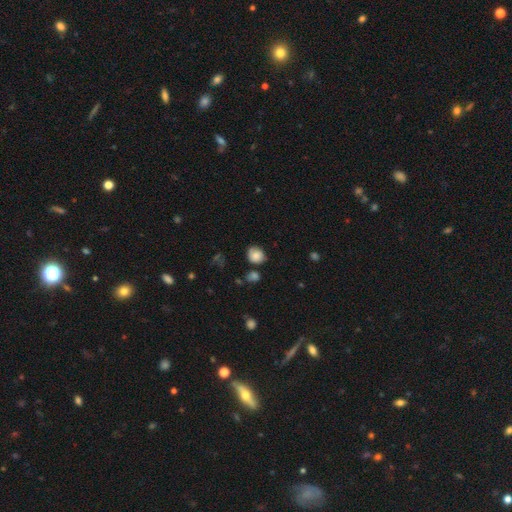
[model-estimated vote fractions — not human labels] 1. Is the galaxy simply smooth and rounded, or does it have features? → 80% smooth, 11% featured or disk, 10% star or artifact.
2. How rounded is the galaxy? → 71% round, 28% in between, 1% cigar-shaped.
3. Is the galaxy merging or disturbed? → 69% none, 22% minor disturbance, 5% major disturbance, 5% merger.